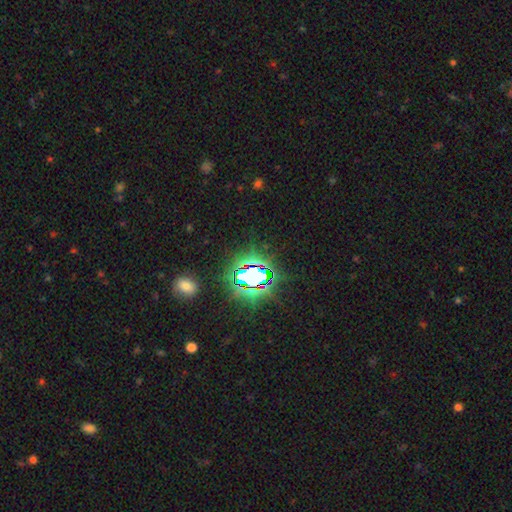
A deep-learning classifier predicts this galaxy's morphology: Q: Smooth or featured?
A: star or artifact (81%); runner-up: smooth (12%)